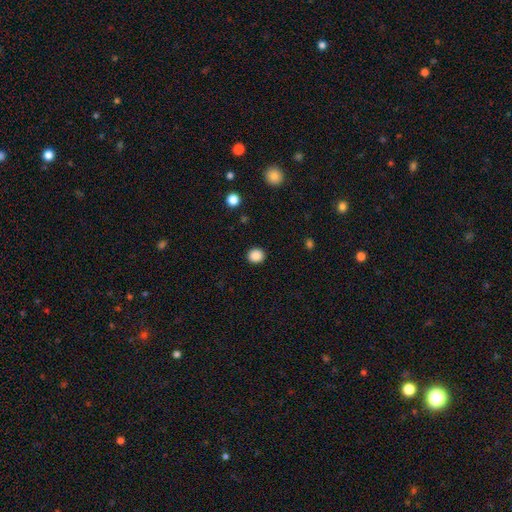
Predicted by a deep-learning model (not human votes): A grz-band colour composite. It shows a smooth galaxy with no disk features (88%) that is round (81%). Merging: none (91%).